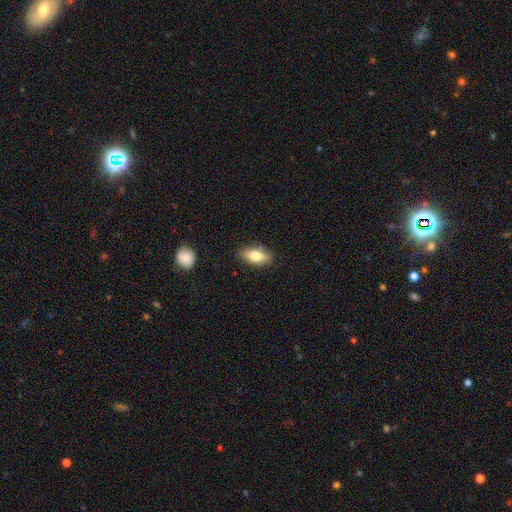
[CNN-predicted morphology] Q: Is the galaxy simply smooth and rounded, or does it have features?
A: smooth — 71%.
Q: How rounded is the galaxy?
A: in between — 80%.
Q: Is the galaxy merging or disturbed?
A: none — 84%.